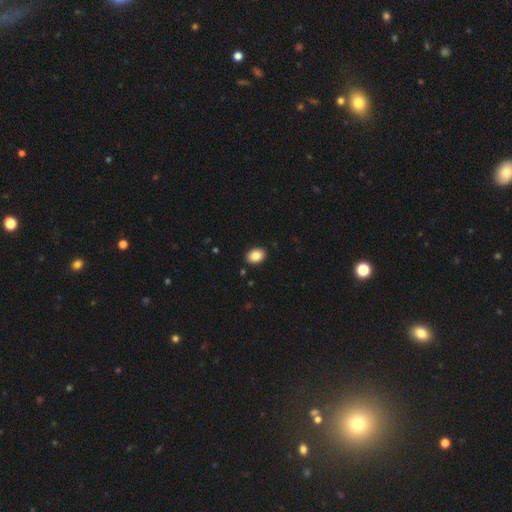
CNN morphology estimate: A smooth galaxy with no disk features (85%) that is in between round and cigar-shaped (64%).

Vote fractions:
- Smooth or featured? smooth: 85% / star or artifact: 8% / featured or disk: 6%
- How rounded? in between: 64% / round: 35% / cigar-shaped: 1%
- Merging? none: 91% / minor disturbance: 7% / major disturbance: 2% / merger: 1%